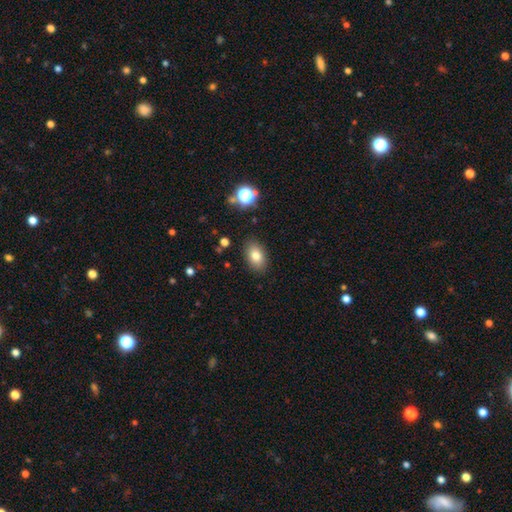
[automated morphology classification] type=smooth (80%); roundness=in between (85%); merging=none (87%).